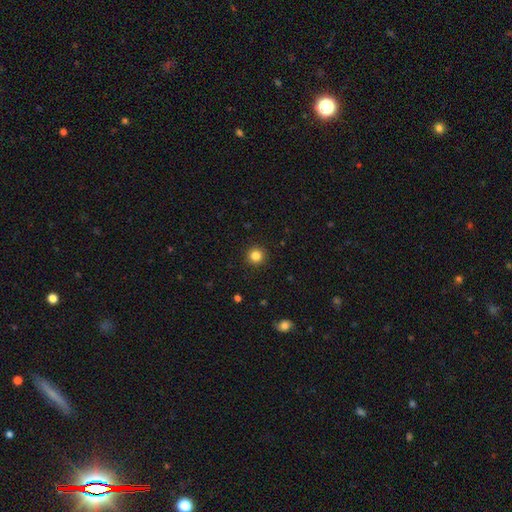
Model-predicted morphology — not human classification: smooth_or_featured: smooth (p=0.84) [alt: star or artifact p=0.11]
how_rounded: round (p=0.96) [alt: in between p=0.03]
merging: none (p=0.93) [alt: minor disturbance p=0.04]